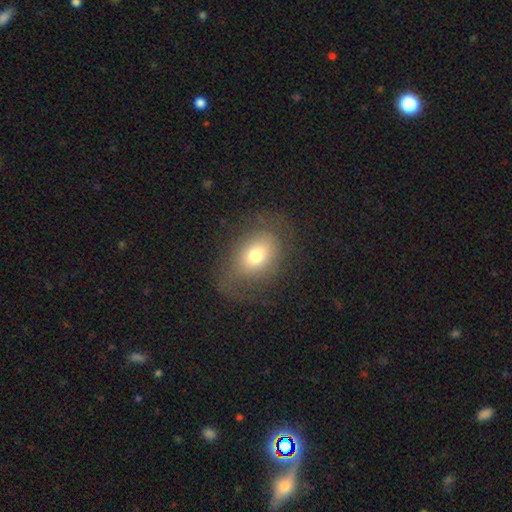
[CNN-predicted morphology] Smooth or featured: smooth — 61% (featured or disk — 28%)
How rounded: in between — 70% (round — 29%)
Merging: none — 63% (minor disturbance — 20%)